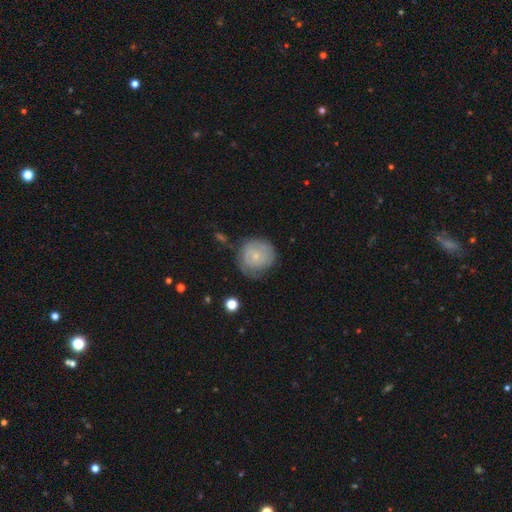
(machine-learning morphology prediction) smooth_or_featured: featured or disk (p=0.51) [alt: smooth p=0.42]
disk_edge_on: no (p=0.97) [alt: yes p=0.03]
merging: none (p=0.63) [alt: minor disturbance p=0.24]